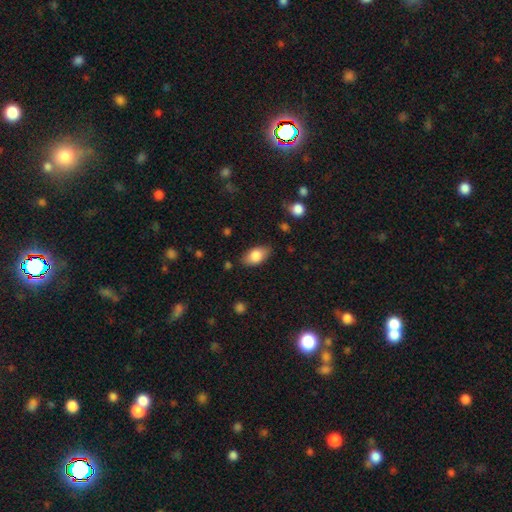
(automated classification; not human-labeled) This appears to be a smooth galaxy with no disk features (81%) that is in between round and cigar-shaped (91%). Merging: none (81%).